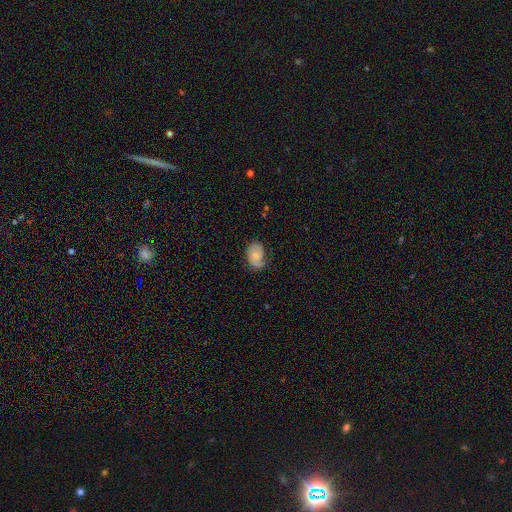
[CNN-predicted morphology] This appears to be a smooth galaxy with no disk features (58%) that is in between round and cigar-shaped (82%). Merging: none (57%).